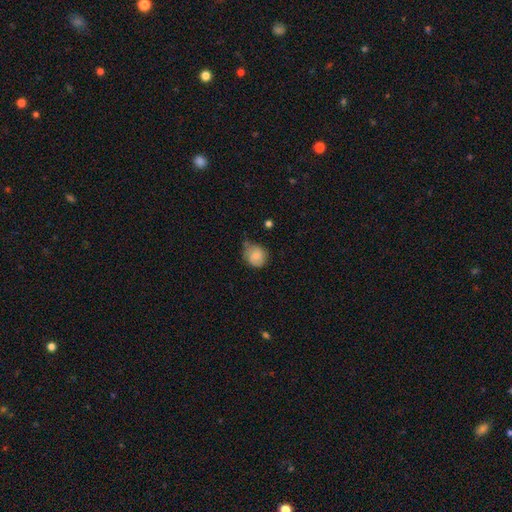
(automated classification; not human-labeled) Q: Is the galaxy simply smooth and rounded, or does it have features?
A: smooth — 78%.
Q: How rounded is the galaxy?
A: round — 70%.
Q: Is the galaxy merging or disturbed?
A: none — 45%.